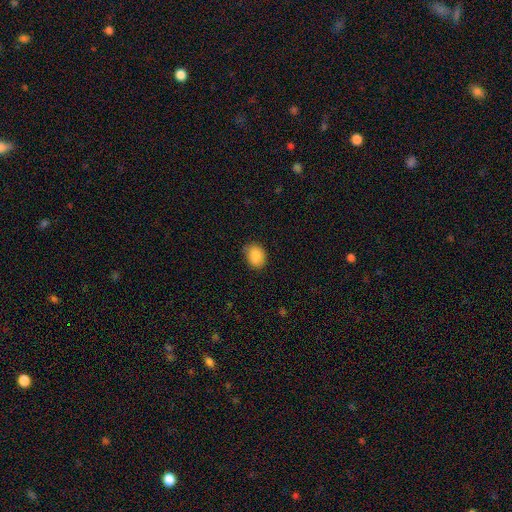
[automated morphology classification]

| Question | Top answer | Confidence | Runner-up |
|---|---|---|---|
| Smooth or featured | smooth | 88% | star or artifact (8%) |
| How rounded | in between | 59% | round (40%) |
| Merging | none | 78% | minor disturbance (17%) |